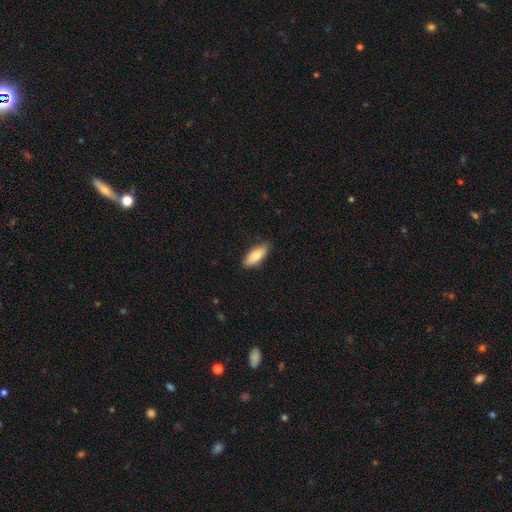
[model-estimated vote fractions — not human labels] Smooth or featured? Predicted: smooth (p=0.79). How rounded? Predicted: in between (p=0.73). Merging? Predicted: none (p=0.83).